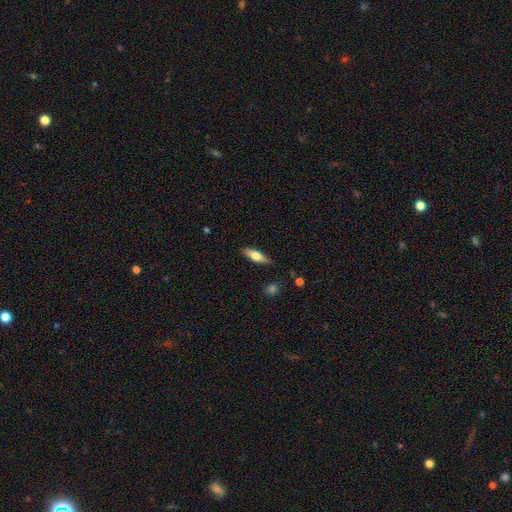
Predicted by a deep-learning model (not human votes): The model was most divided on "how rounded": cigar-shaped: 50%, in between: 48%, round: 2%. More confident: merging — none (85%); smooth or featured — smooth (61%).